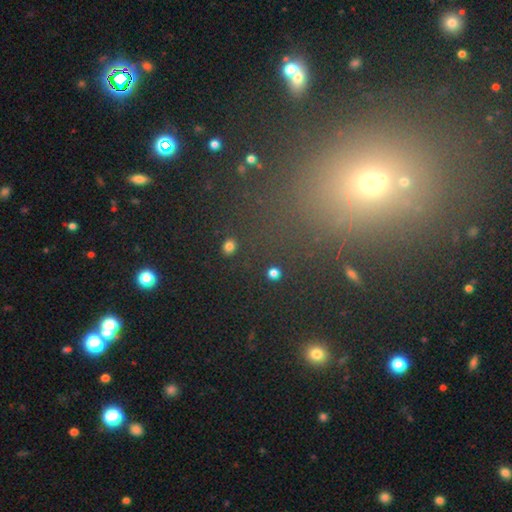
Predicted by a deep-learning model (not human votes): Smooth or featured? Predicted: star or artifact (p=0.49).